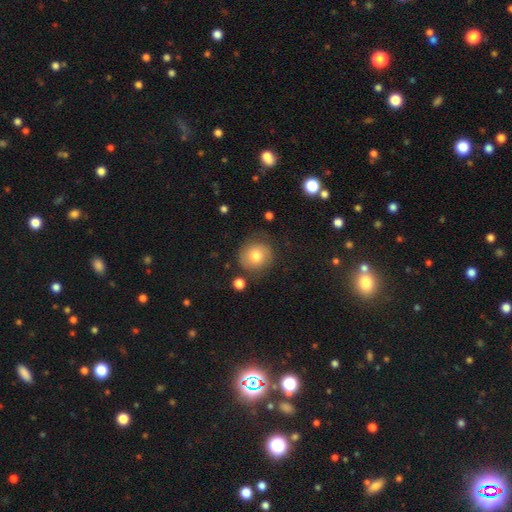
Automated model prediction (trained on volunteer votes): Overall: smooth (72%). How rounded: round (88%). Merging: none (76%).